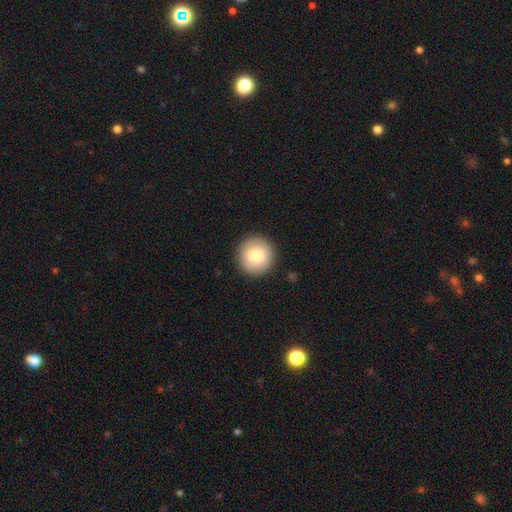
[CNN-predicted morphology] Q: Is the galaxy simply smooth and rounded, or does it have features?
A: smooth — 81%.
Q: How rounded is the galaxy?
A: round — 95%.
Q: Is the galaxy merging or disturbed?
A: none — 92%.